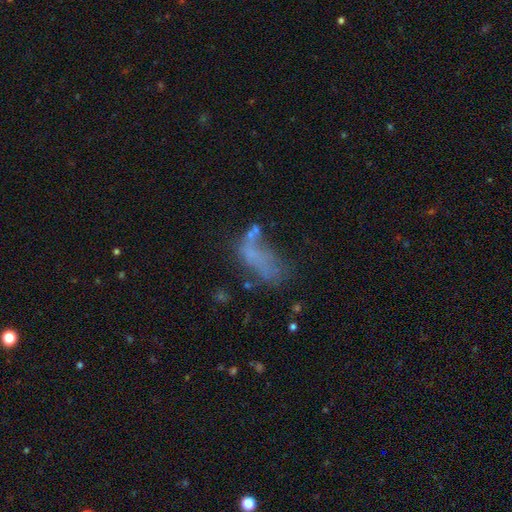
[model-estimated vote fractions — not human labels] smooth_or_featured: smooth (p=0.43) [alt: featured or disk p=0.38]
merging: major disturbance (p=0.34) [alt: none p=0.28]